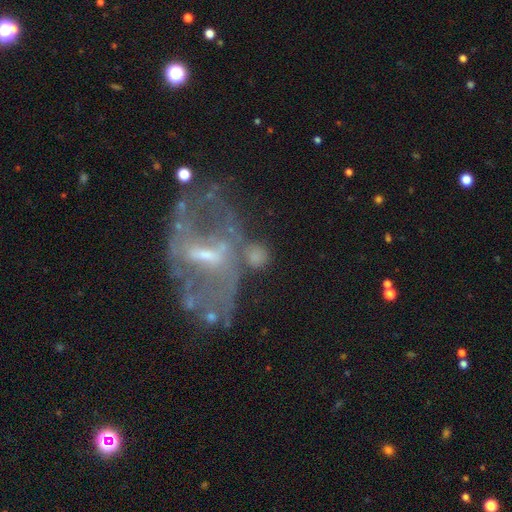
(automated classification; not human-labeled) The model was most divided on "bulge size": small: 38%, moderate: 37%, none: 18%, large: 5%, dominant: 2%. Remaining: edge-on disk — no (90%); smooth or featured — featured or disk (68%); spiral arms — no (54%); merging — none (42%); bar — weak (38%).